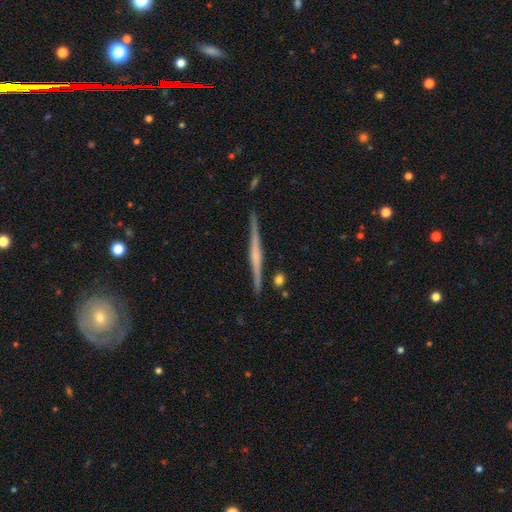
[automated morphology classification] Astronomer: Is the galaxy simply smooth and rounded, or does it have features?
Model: featured or disk — 77%.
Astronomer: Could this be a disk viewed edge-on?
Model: yes — 98%.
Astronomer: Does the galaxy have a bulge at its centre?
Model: rounded — 48% (runner-up: none, 32%).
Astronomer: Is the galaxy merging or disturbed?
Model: none — 90%.